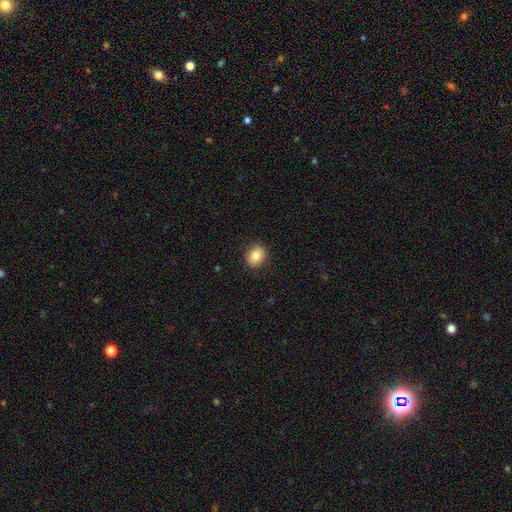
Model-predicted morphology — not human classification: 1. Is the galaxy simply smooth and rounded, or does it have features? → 84% smooth, 9% star or artifact, 7% featured or disk.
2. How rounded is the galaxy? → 61% round, 38% in between, 1% cigar-shaped.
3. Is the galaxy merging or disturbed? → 89% none, 8% minor disturbance, 2% major disturbance, 1% merger.